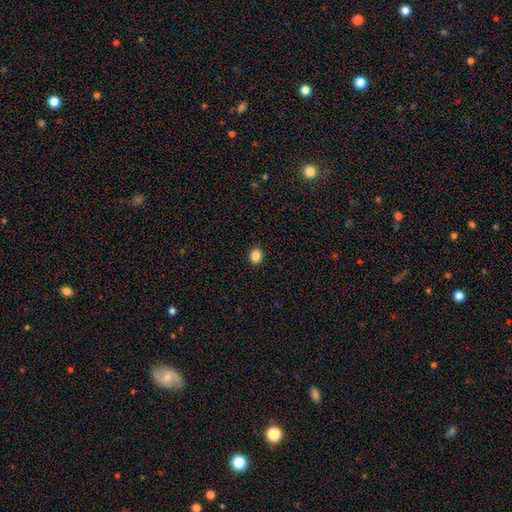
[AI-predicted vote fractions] Smooth or featured?
  - smooth: 86% *
  - star or artifact: 10%
  - featured or disk: 3%
How rounded?
  - round: 56% *
  - in between: 43%
  - cigar-shaped: 1%
Merging?
  - none: 92% *
  - minor disturbance: 6%
  - major disturbance: 2%
  - merger: 1%